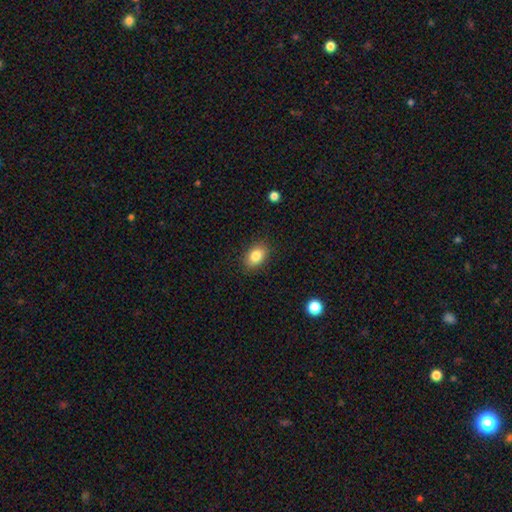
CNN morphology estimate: Overall: smooth (83%). How rounded: in between (82%). Merging: none (87%).